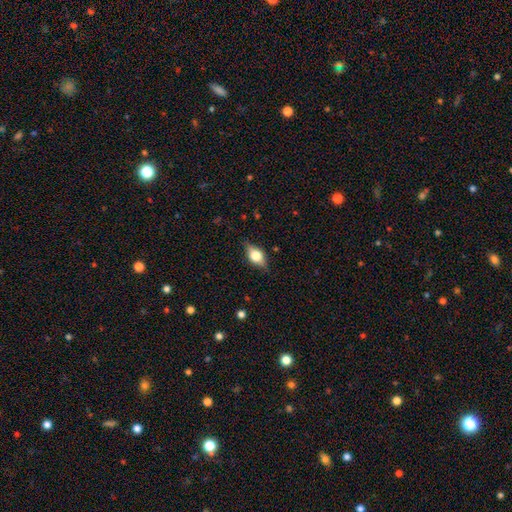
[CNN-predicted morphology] This is possibly a smooth galaxy (60%). How rounded: clearly in between (80%). Merging: likely none (80%).